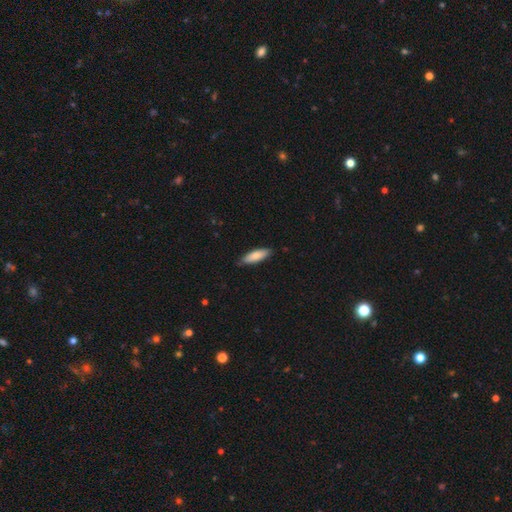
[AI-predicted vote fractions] Smooth or featured: smooth — 80% (featured or disk — 15%)
How rounded: in between — 53% (cigar-shaped — 46%)
Merging: none — 83% (minor disturbance — 14%)